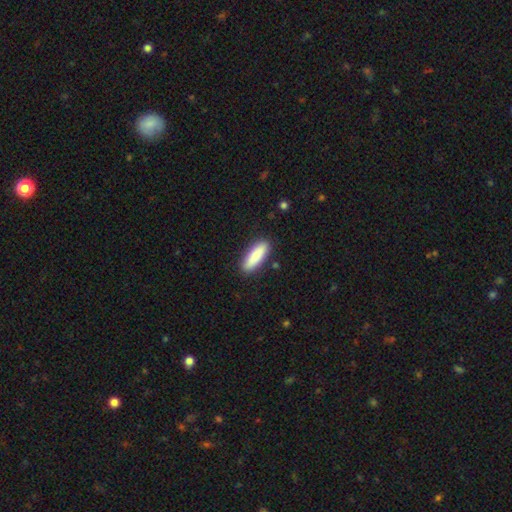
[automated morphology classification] A smooth galaxy with no disk features (86%) that is cigar-shaped (52%).

Vote fractions:
- Smooth or featured? smooth: 86% / featured or disk: 9% / star or artifact: 5%
- How rounded? cigar-shaped: 52% / in between: 47% / round: 2%
- Merging? none: 88% / minor disturbance: 9% / major disturbance: 2% / merger: 1%